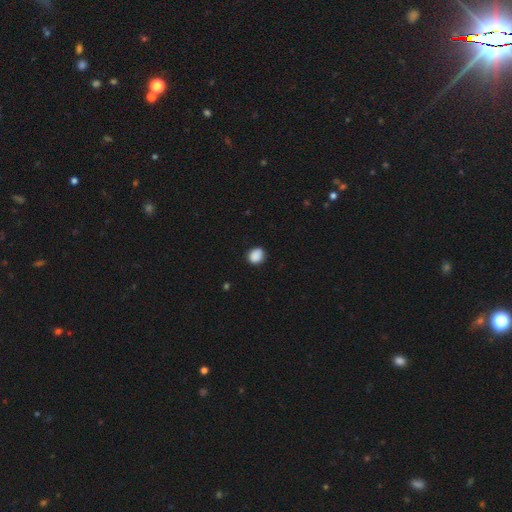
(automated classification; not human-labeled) smooth-or-featured: smooth: 89% | star or artifact: 9% | featured or disk: 3%
  how-rounded: round: 70% | in between: 29% | cigar-shaped: 1%
  merging: none: 86% | minor disturbance: 11% | major disturbance: 2% | merger: 1%